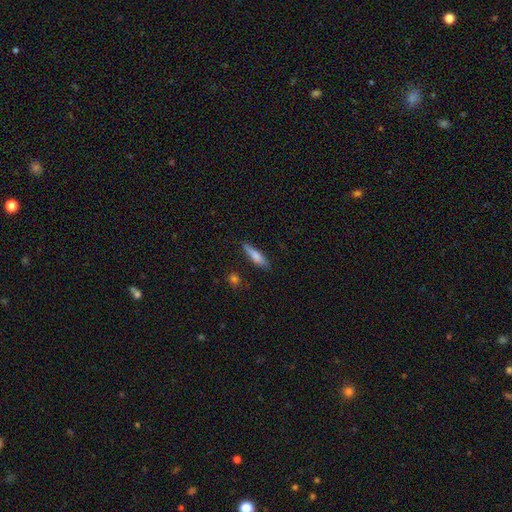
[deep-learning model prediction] This appears to be a smooth galaxy with no disk features (72%) that is cigar-shaped (81%). Merging: none (84%).